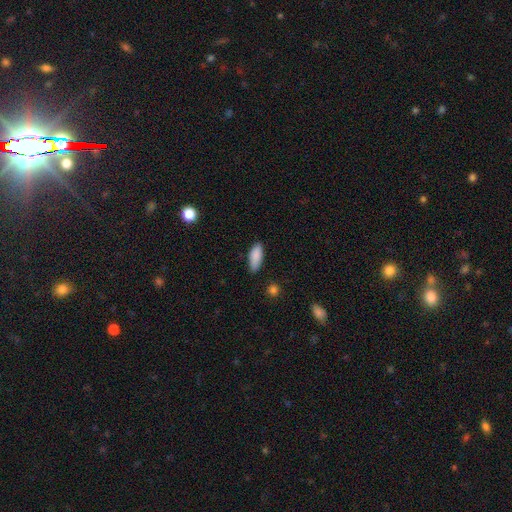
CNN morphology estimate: A smooth galaxy with no disk features (88%) that is in between round and cigar-shaped (78%). Merging: none (81%).